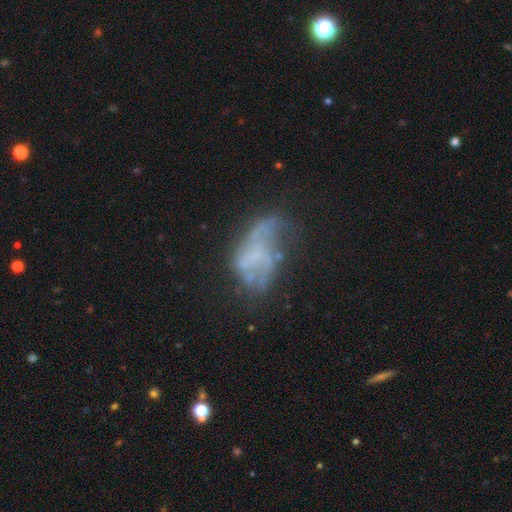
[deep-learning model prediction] A featured or disk galaxy (62%) with no bar (78%), no spiral arms (67%) and no central bulge (77%).

Vote fractions:
- Smooth or featured? featured or disk: 62% / smooth: 24% / star or artifact: 14%
- Edge-on disk? no: 96% / yes: 4%
- Bar? no: 78% / weak: 17% / strong: 5%
- Spiral arms? no: 67% / yes: 33%
- Bulge size? none: 77% / small: 14% / moderate: 6% / large: 2% / dominant: 1%
- Merging? major disturbance: 36% / none: 32% / minor disturbance: 23% / merger: 9%